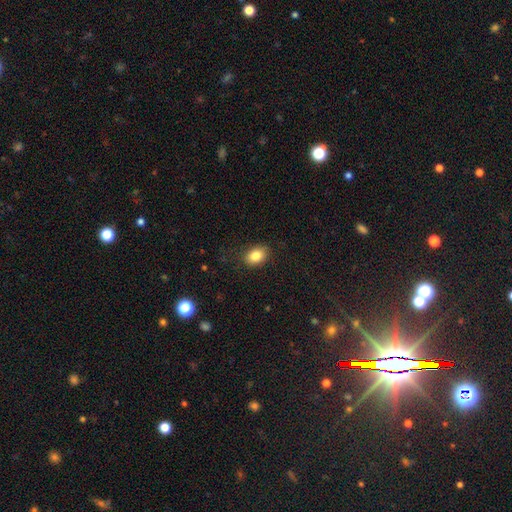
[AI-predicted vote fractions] Q: Smooth or featured?
A: smooth (85%); runner-up: star or artifact (9%)
Q: How rounded?
A: in between (77%); runner-up: round (22%)
Q: Merging?
A: none (85%); runner-up: minor disturbance (11%)